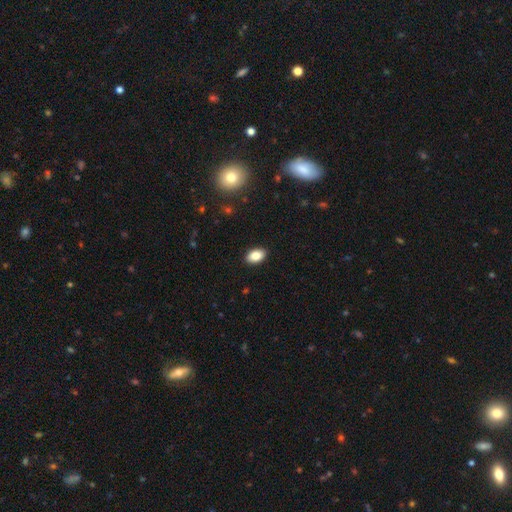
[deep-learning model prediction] The model was most divided on "smooth or featured": smooth: 86%, star or artifact: 8%, featured or disk: 6%. More confident: how rounded — in between (92%); merging — none (90%).